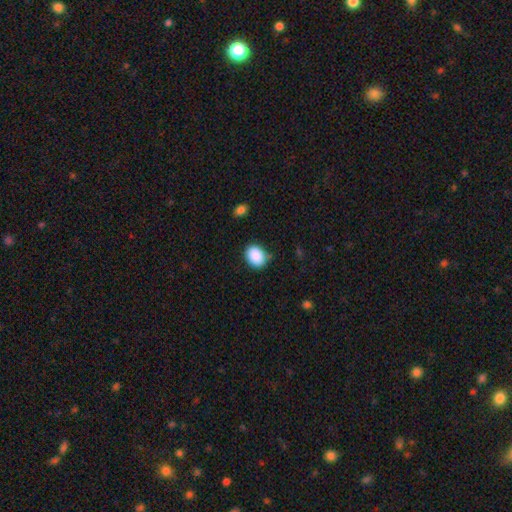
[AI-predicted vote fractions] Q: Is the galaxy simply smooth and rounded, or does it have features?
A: smooth — 89%.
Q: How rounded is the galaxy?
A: in between — 59%.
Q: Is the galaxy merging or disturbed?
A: none — 80%.